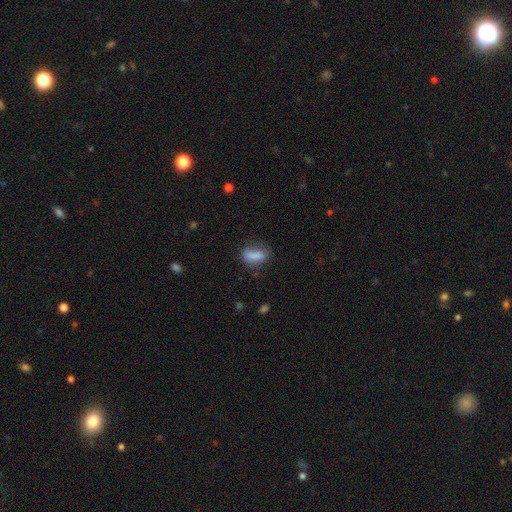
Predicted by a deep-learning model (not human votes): A smooth galaxy with no disk features (81%) that is in between round and cigar-shaped (67%).

Vote fractions:
- Smooth or featured? smooth: 81% / featured or disk: 10% / star or artifact: 9%
- How rounded? in between: 67% / cigar-shaped: 27% / round: 6%
- Merging? none: 66% / minor disturbance: 22% / major disturbance: 9% / merger: 3%